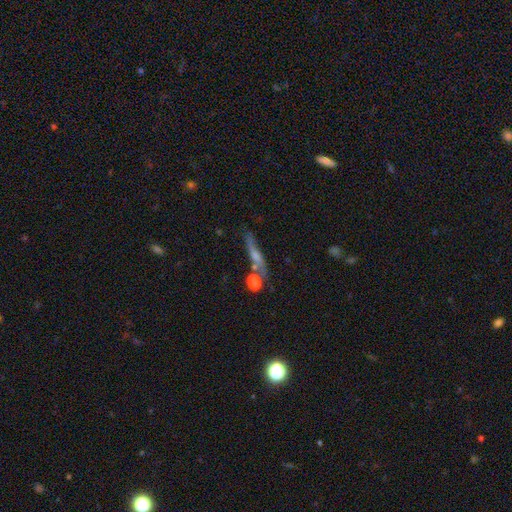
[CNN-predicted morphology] smooth-or-featured: featured or disk: 53% | smooth: 33% | star or artifact: 13%
  disk-edge-on: yes: 71% | no: 29%
  merging: none: 60% | minor disturbance: 18% | merger: 13% | major disturbance: 9%